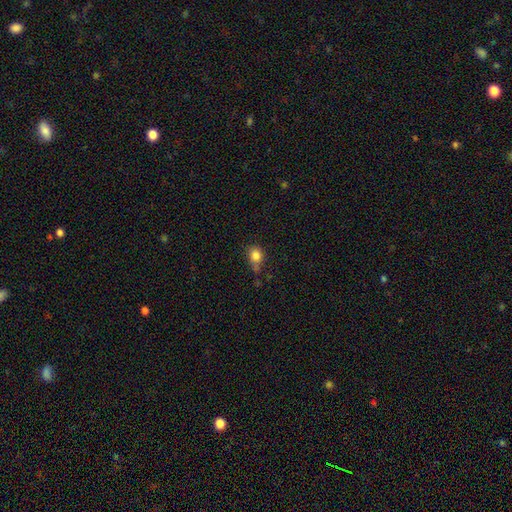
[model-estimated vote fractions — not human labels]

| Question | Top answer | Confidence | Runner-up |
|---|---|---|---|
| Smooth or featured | smooth | 83% | star or artifact (11%) |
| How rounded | round | 65% | in between (34%) |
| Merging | none | 53% | minor disturbance (30%) |